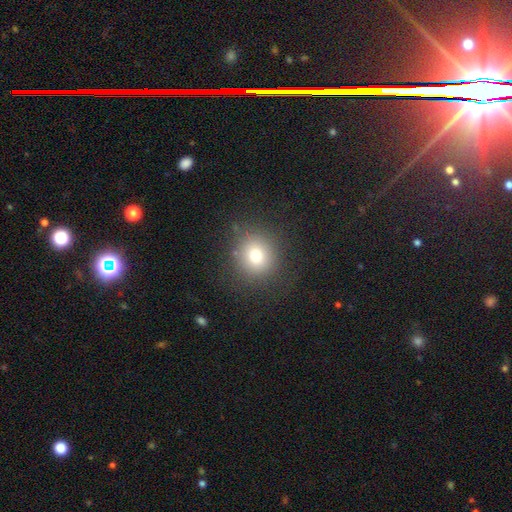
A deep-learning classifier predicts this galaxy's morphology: The model was most divided on "smooth or featured": smooth: 74%, star or artifact: 16%, featured or disk: 11%. More confident: how rounded — round (90%); merging — none (85%).